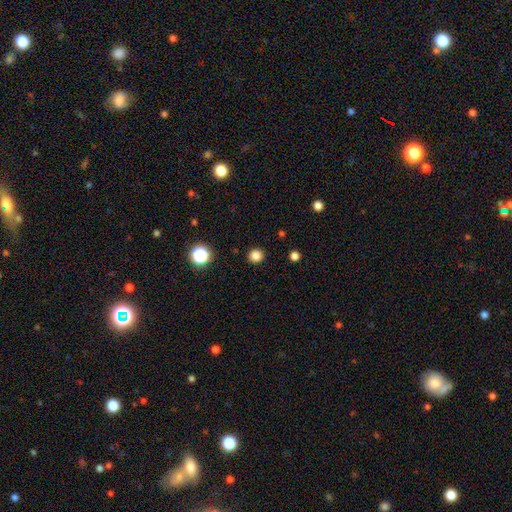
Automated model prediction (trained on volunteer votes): A smooth galaxy with no disk features (83%) that is round (93%).

Vote fractions:
- Smooth or featured? smooth: 83% / star or artifact: 13% / featured or disk: 4%
- How rounded? round: 93% / in between: 6% / cigar-shaped: 1%
- Merging? none: 92% / minor disturbance: 5% / major disturbance: 2% / merger: 1%